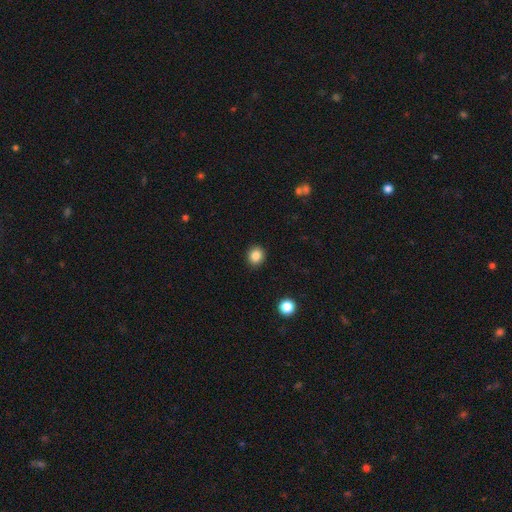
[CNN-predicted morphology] Q: Smooth or featured?
A: smooth (85%); runner-up: star or artifact (11%)
Q: How rounded?
A: round (81%); runner-up: in between (18%)
Q: Merging?
A: none (91%); runner-up: minor disturbance (6%)